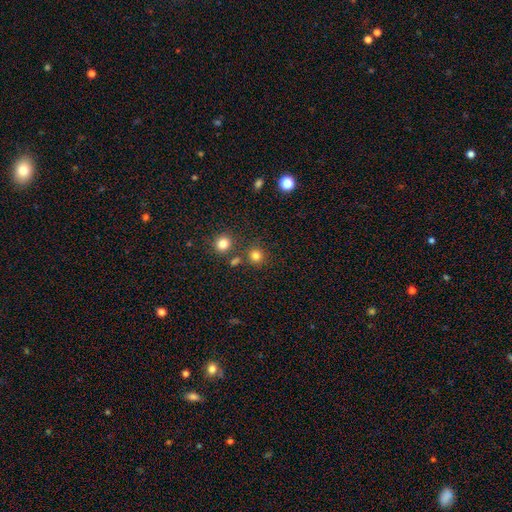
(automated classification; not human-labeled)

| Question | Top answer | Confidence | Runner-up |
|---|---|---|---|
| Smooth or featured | smooth | 81% | star or artifact (14%) |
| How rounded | round | 91% | in between (8%) |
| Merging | none | 80% | merger (9%) |